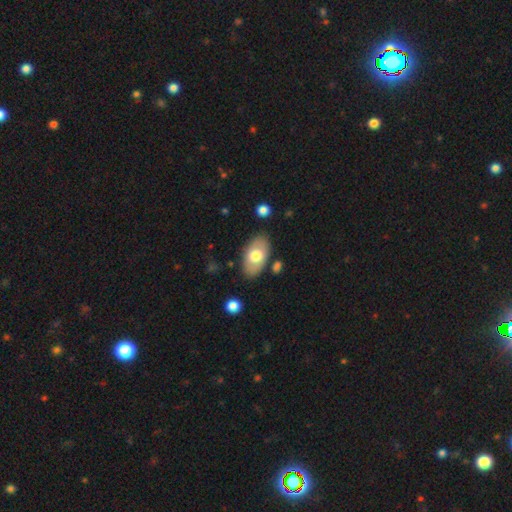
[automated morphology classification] Smooth or featured?
  - smooth: 68% *
  - featured or disk: 27%
  - star or artifact: 6%
How rounded?
  - in between: 93% *
  - round: 5%
  - cigar-shaped: 2%
Merging?
  - none: 81% *
  - minor disturbance: 12%
  - merger: 3%
  - major disturbance: 3%